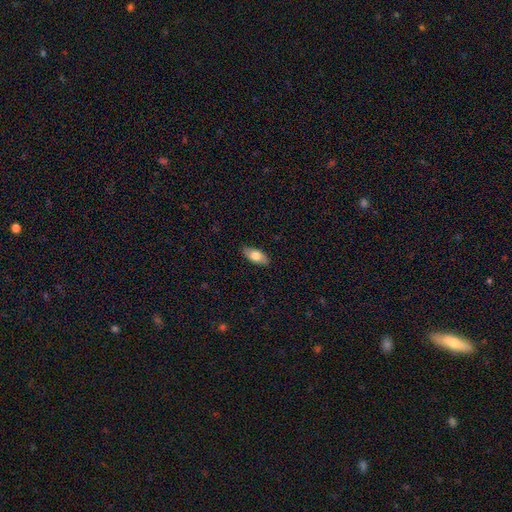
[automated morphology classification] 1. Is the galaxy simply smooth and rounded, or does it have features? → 74% smooth, 20% featured or disk, 6% star or artifact.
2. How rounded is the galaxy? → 88% in between, 8% cigar-shaped, 3% round.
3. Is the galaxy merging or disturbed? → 87% none, 10% minor disturbance, 2% major disturbance, 1% merger.